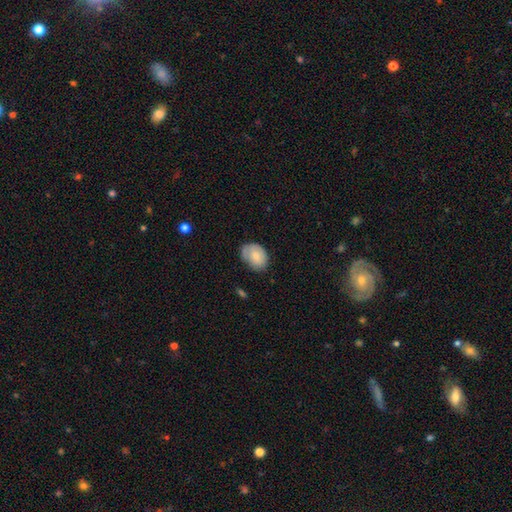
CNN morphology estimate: Q: Smooth or featured?
A: smooth (74%); runner-up: featured or disk (19%)
Q: How rounded?
A: in between (71%); runner-up: round (28%)
Q: Merging?
A: none (59%); runner-up: minor disturbance (32%)